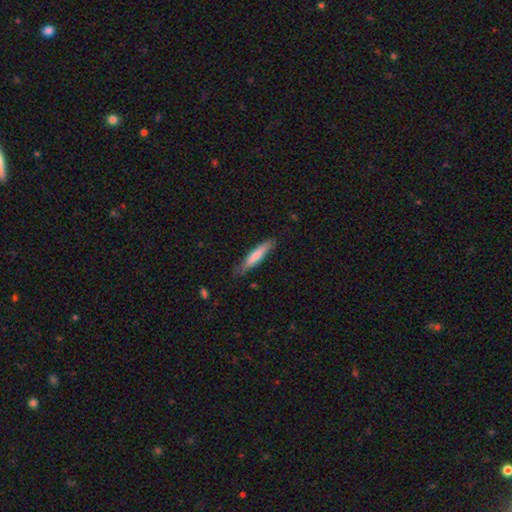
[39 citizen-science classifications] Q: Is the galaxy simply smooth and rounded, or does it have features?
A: smooth — 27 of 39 (69%).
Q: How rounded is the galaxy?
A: cigar-shaped — 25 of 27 (93%).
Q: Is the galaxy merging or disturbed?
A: none — 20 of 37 (54%).